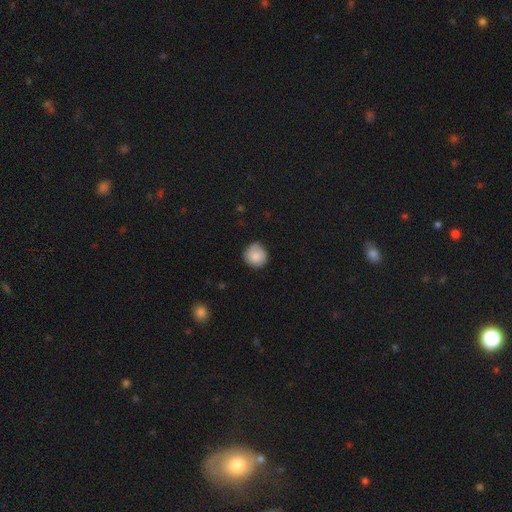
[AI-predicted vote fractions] Overall: smooth (84%). How rounded: round (91%). Merging: none (74%).